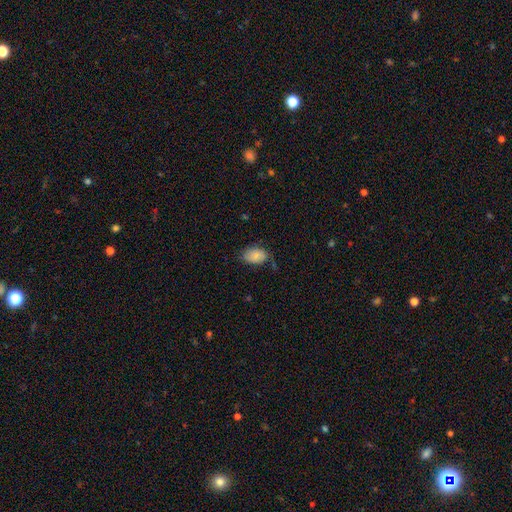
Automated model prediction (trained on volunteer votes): Smooth or featured?
  - smooth: 82% *
  - featured or disk: 11%
  - star or artifact: 7%
How rounded?
  - in between: 89% *
  - round: 10%
  - cigar-shaped: 1%
Merging?
  - none: 62% *
  - minor disturbance: 29%
  - major disturbance: 7%
  - merger: 2%